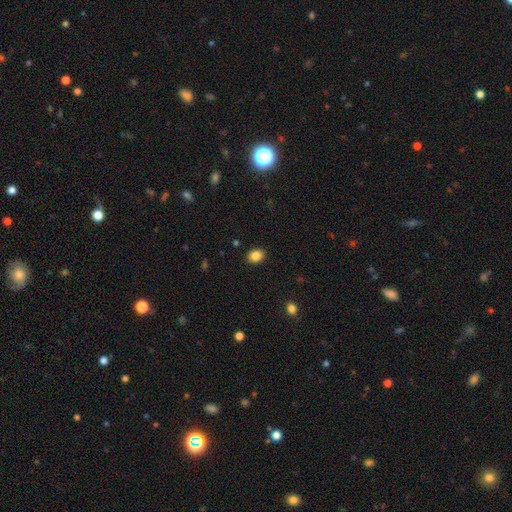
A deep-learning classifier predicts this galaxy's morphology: type=smooth (85%); roundness=in between (58%); merging=none (90%).